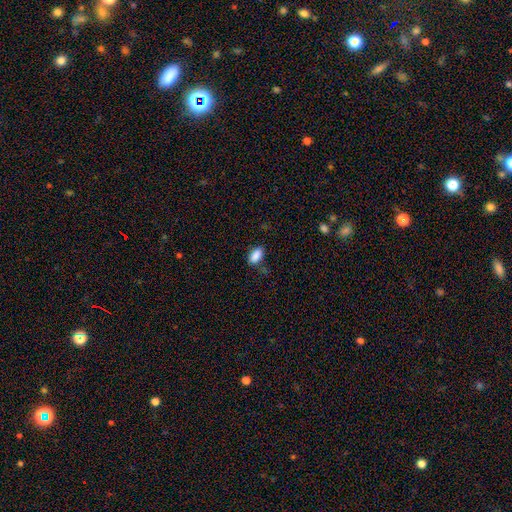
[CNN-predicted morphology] The model was most divided on "merging": none: 77%, minor disturbance: 16%, major disturbance: 4%, merger: 3%. More confident: how rounded — in between (91%); smooth or featured — smooth (88%).